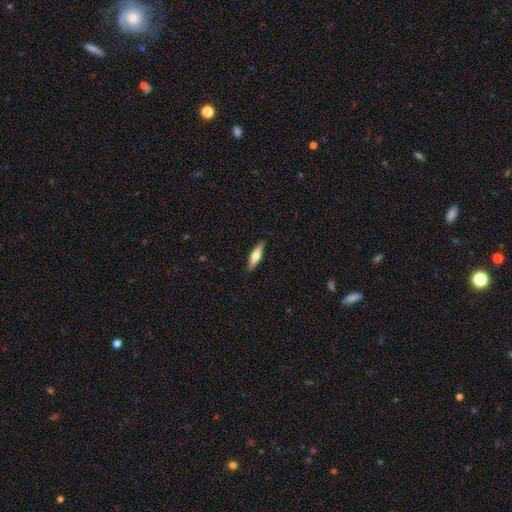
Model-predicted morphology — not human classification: A smooth galaxy with no disk features (54%) that is cigar-shaped (63%).

Vote fractions:
- Smooth or featured? smooth: 54% / featured or disk: 40% / star or artifact: 6%
- How rounded? cigar-shaped: 63% / in between: 35% / round: 2%
- Merging? none: 87% / minor disturbance: 10% / major disturbance: 2% / merger: 1%